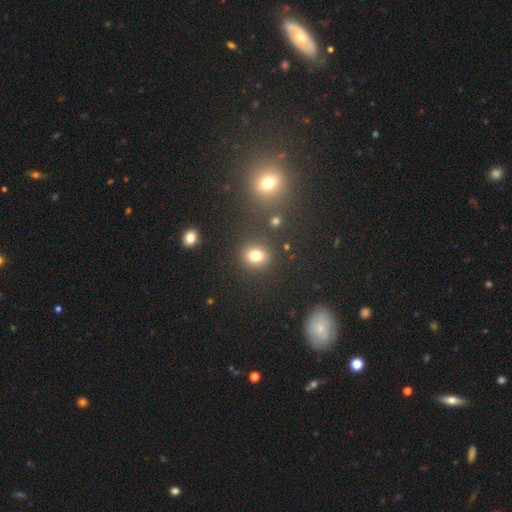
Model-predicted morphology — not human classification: This appears to be a smooth galaxy with no disk features (77%) that is round (76%). Merging: none (85%).